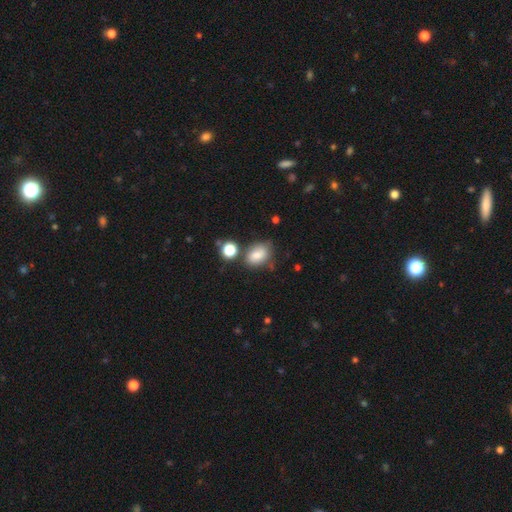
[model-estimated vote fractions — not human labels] Q: Smooth or featured?
A: smooth (80%); runner-up: star or artifact (10%)
Q: How rounded?
A: in between (75%); runner-up: round (23%)
Q: Merging?
A: none (62%); runner-up: minor disturbance (21%)